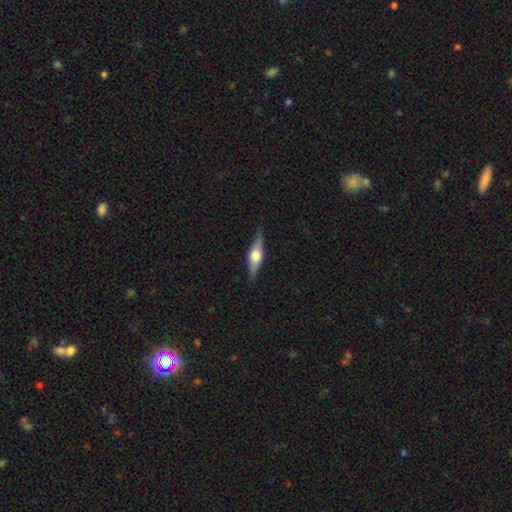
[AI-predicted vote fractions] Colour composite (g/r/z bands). It shows a featured or disk galaxy (54%) viewed edge-on (90%). Merging: none (80%).